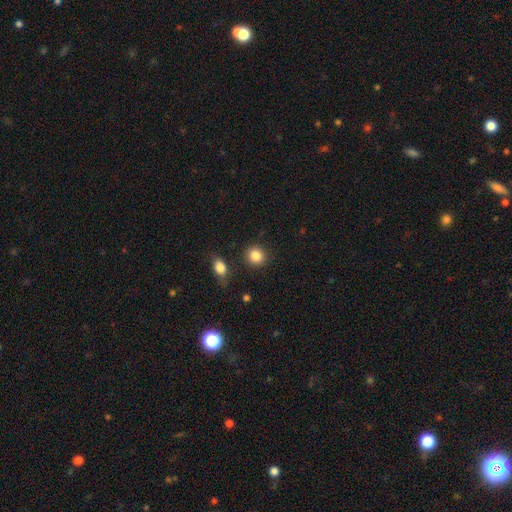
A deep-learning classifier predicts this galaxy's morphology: smooth-or-featured: smooth: 86% | star or artifact: 10% | featured or disk: 5%
  how-rounded: round: 87% | in between: 12% | cigar-shaped: 1%
  merging: none: 87% | minor disturbance: 7% | merger: 3% | major disturbance: 3%